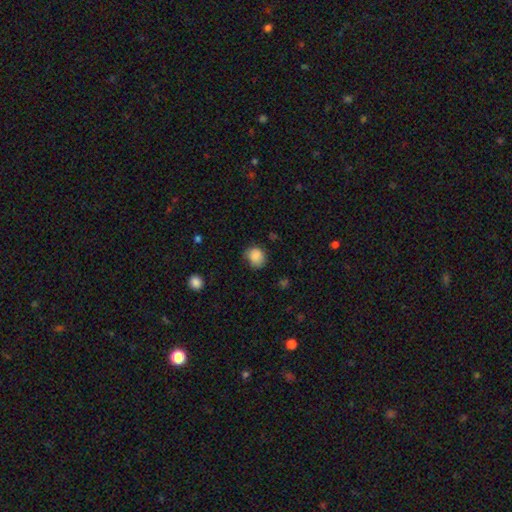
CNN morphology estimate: The model was most divided on "merging": none: 63%, minor disturbance: 28%, major disturbance: 7%, merger: 2%. More confident: smooth or featured — smooth (86%); how rounded — round (70%).